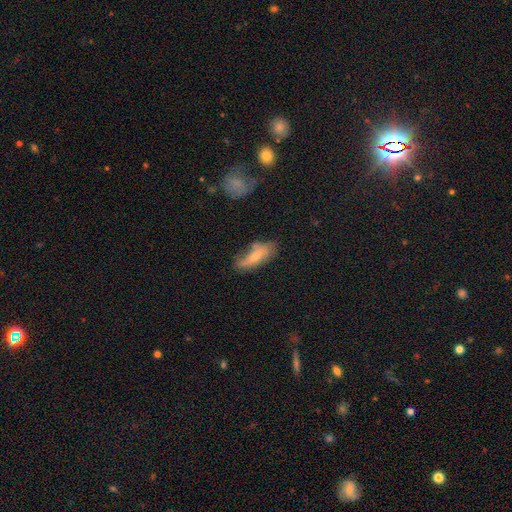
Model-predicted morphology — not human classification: Smooth or featured?
  - smooth: 62% *
  - featured or disk: 31%
  - star or artifact: 7%
How rounded?
  - in between: 60% *
  - cigar-shaped: 37%
  - round: 3%
Merging?
  - none: 52% *
  - minor disturbance: 29%
  - major disturbance: 11%
  - merger: 8%